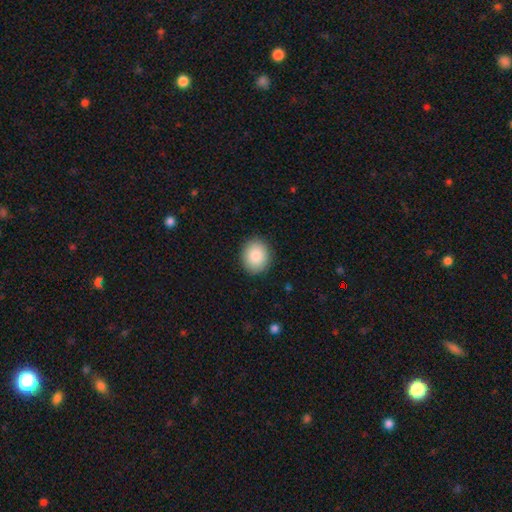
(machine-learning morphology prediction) Smooth or featured? smooth (87%)
How rounded? round (64%)
Merging? none (90%)